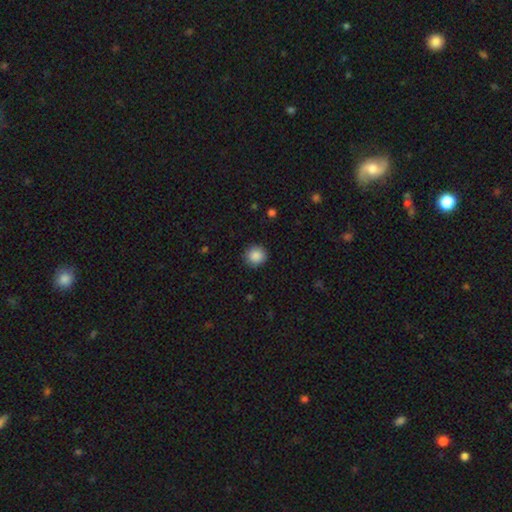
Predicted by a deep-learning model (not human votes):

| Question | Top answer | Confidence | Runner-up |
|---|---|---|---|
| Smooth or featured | smooth | 88% | star or artifact (9%) |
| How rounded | round | 94% | in between (5%) |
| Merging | none | 90% | minor disturbance (7%) |